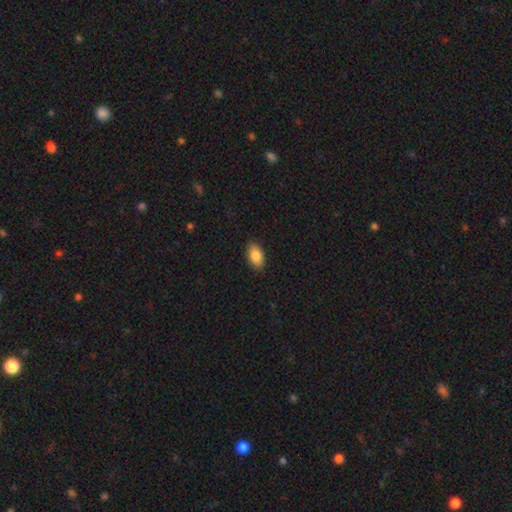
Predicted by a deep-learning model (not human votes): Overall: smooth (86%). How rounded: in between (93%). Merging: none (88%).